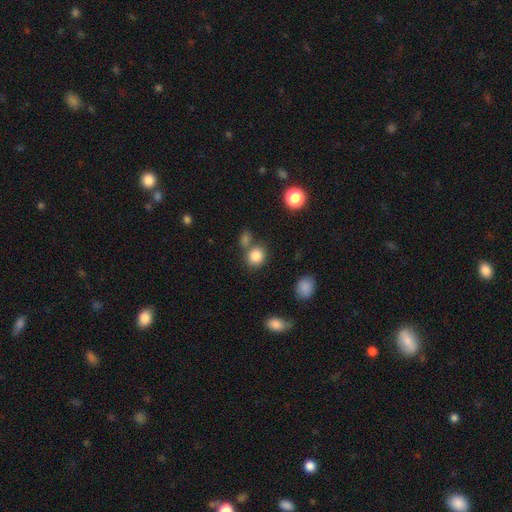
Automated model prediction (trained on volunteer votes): Q: Smooth or featured?
A: smooth (84%); runner-up: star or artifact (11%)
Q: How rounded?
A: round (73%); runner-up: in between (26%)
Q: Merging?
A: none (61%); runner-up: merger (23%)